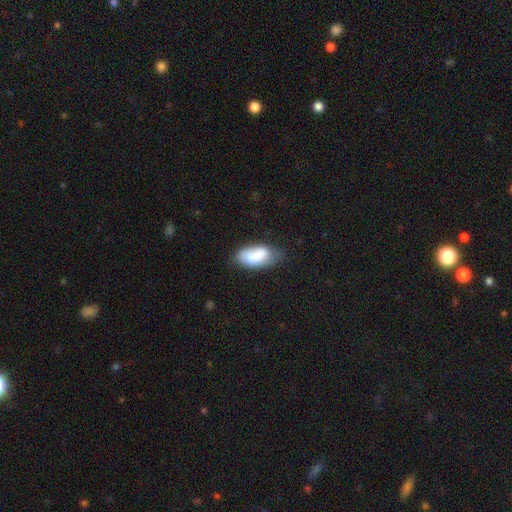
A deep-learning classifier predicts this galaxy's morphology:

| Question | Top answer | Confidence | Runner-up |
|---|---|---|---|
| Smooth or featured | smooth | 80% | featured or disk (14%) |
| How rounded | in between | 92% | cigar-shaped (5%) |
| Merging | none | 54% | minor disturbance (33%) |